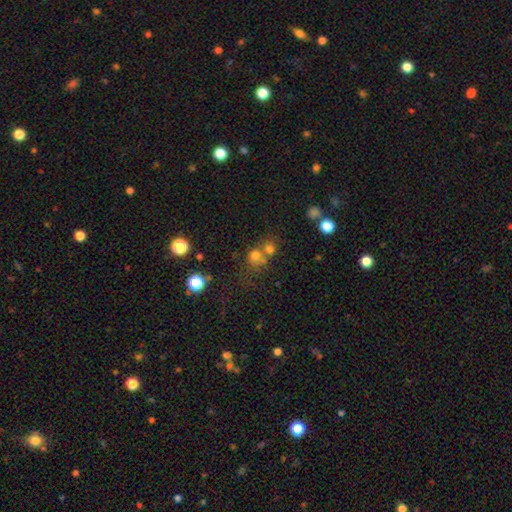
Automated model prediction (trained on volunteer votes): Smooth or featured?
  - smooth: 68% *
  - star or artifact: 19%
  - featured or disk: 13%
How rounded?
  - round: 84% *
  - in between: 15%
  - cigar-shaped: 1%
Merging?
  - merger: 44% *
  - none: 43%
  - minor disturbance: 8%
  - major disturbance: 5%